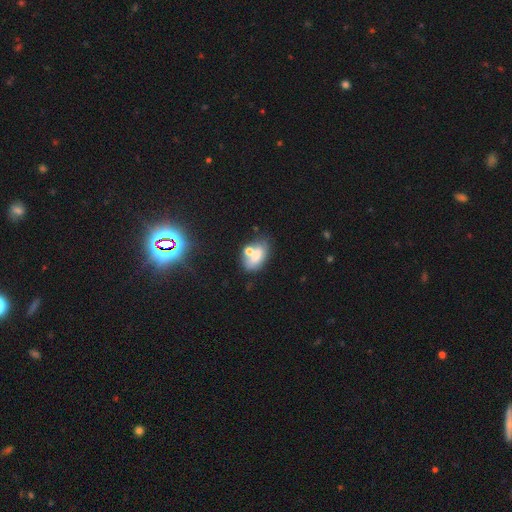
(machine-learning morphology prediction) The model was most divided on "merging": none: 40%, merger: 31%, minor disturbance: 20%, major disturbance: 9%. More confident: how rounded — in between (86%); smooth or featured — smooth (63%).